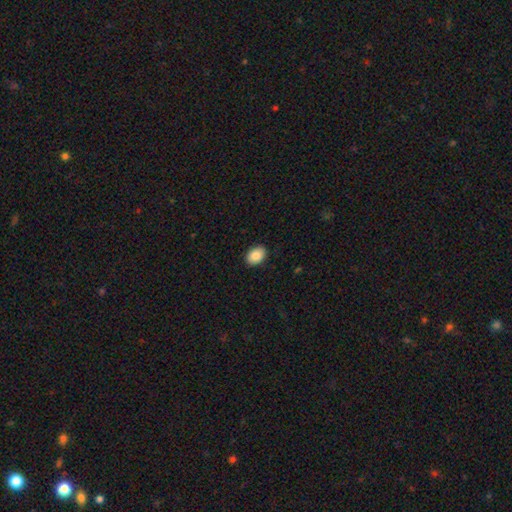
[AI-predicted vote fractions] Smooth or featured? Predicted: smooth (p=0.86). How rounded? Predicted: in between (p=0.80). Merging? Predicted: none (p=0.90).